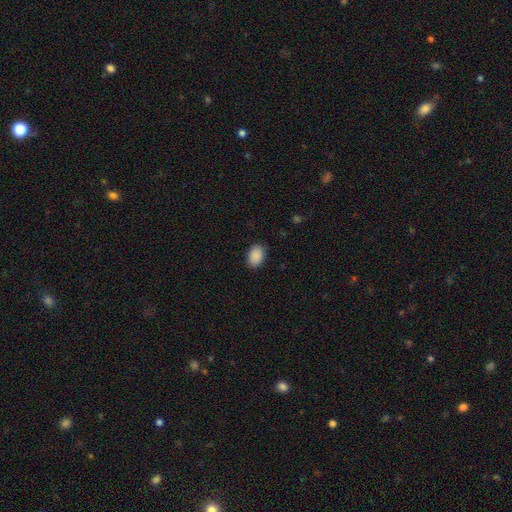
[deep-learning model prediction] Smooth or featured: smooth — 90% (star or artifact — 7%)
How rounded: in between — 85% (round — 14%)
Merging: none — 88% (minor disturbance — 9%)